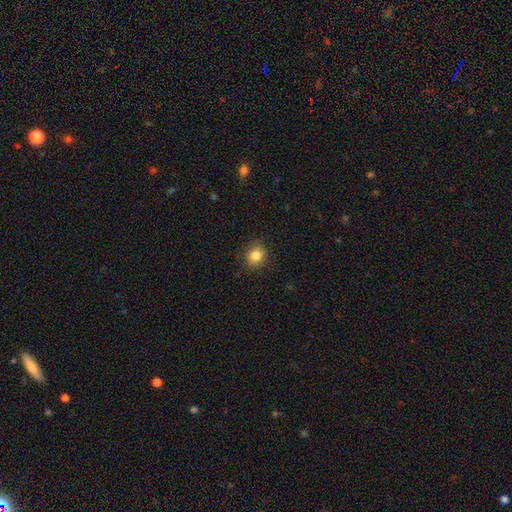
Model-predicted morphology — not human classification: Smooth or featured? smooth (83%)
How rounded? round (75%)
Merging? none (89%)